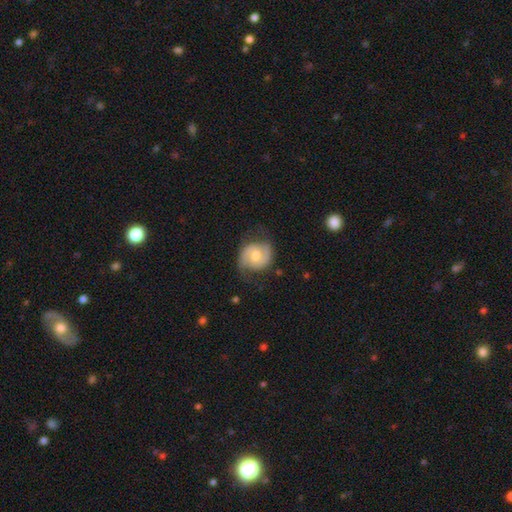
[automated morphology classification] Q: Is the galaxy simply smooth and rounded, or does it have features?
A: featured or disk — 71%.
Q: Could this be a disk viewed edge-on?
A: no — 97%.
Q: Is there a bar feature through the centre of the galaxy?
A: no — 50%.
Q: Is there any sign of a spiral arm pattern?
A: yes — 89%.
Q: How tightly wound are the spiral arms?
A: medium — 47%.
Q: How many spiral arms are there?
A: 2 — 87%.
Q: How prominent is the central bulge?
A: moderate — 70%.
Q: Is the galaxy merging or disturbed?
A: none — 70%.